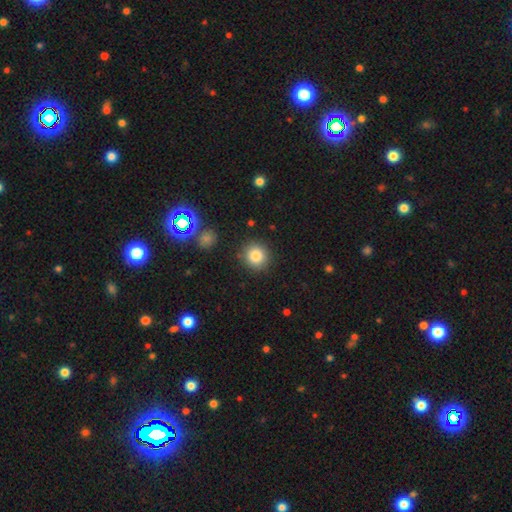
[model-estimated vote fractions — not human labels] A smooth galaxy with no disk features (83%) that is round (92%).

Vote fractions:
- Smooth or featured? smooth: 83% / star or artifact: 11% / featured or disk: 6%
- How rounded? round: 92% / in between: 7% / cigar-shaped: 1%
- Merging? none: 89% / minor disturbance: 7% / major disturbance: 2% / merger: 2%